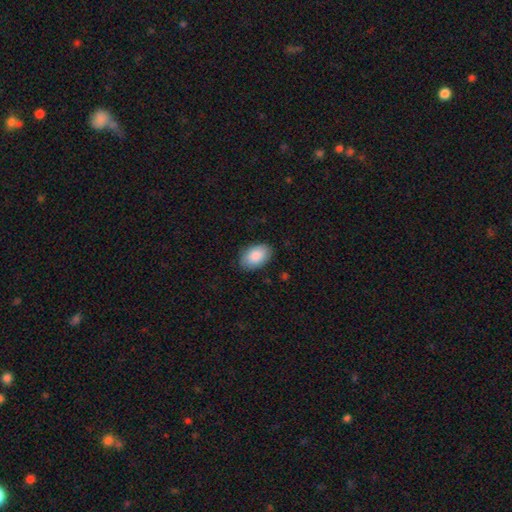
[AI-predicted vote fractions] The model was most divided on "merging": none: 84%, minor disturbance: 12%, major disturbance: 3%, merger: 1%. More confident: how rounded — in between (92%); smooth or featured — smooth (87%).